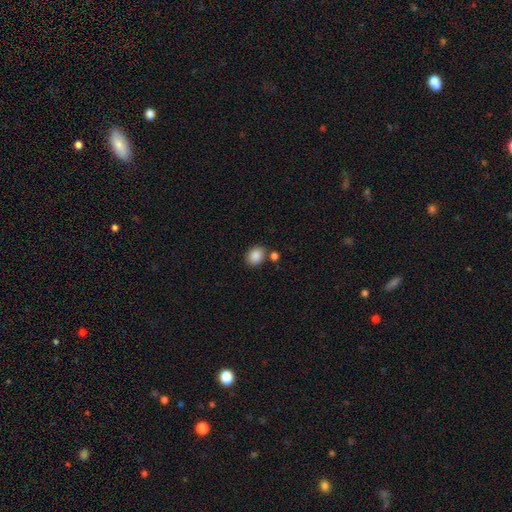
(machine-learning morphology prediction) This is clearly a smooth galaxy (87%). How rounded: possibly in between (52%). Merging: likely none (75%).